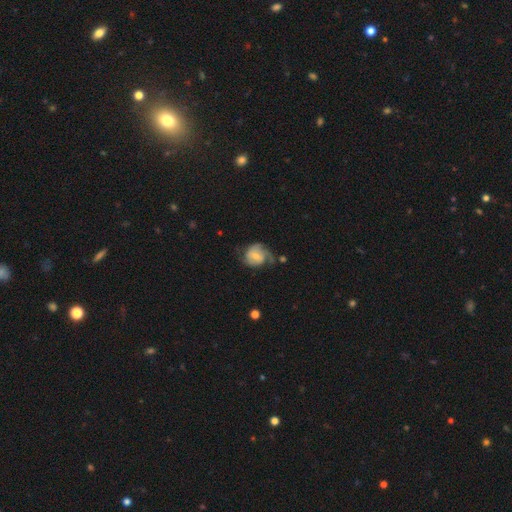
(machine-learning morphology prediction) Q: Smooth or featured?
A: featured or disk (58%); runner-up: smooth (35%)
Q: Edge-on disk?
A: no (97%); runner-up: yes (3%)
Q: Bar?
A: no (48%); runner-up: weak (42%)
Q: Spiral arms?
A: yes (84%); runner-up: no (16%)
Q: Bulge size?
A: small (52%); runner-up: moderate (36%)
Q: Merging?
A: none (44%); runner-up: minor disturbance (28%)